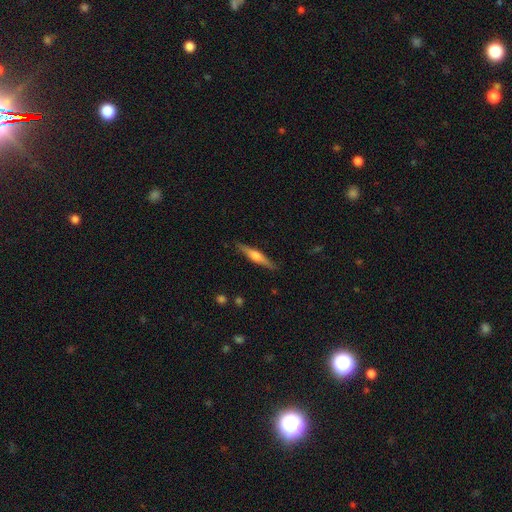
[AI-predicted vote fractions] Smooth or featured? Predicted: featured or disk (p=0.61). Edge-on disk? Predicted: yes (p=0.97). Edge-on bulge? Predicted: rounded (p=0.84). Merging? Predicted: none (p=0.88).